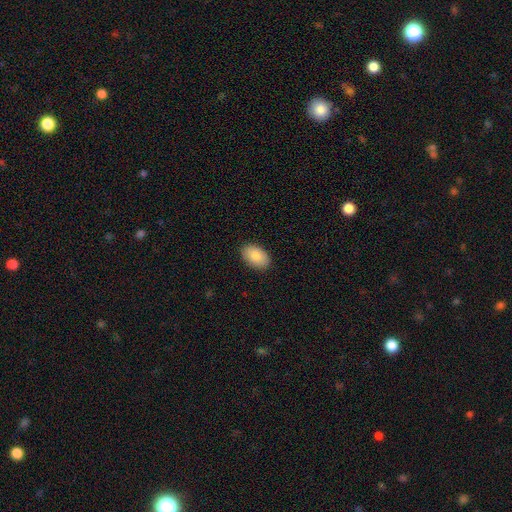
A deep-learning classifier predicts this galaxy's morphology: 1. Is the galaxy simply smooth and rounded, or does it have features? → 88% smooth, 6% star or artifact, 6% featured or disk.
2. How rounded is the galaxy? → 92% in between, 7% round, 1% cigar-shaped.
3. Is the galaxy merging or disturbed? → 89% none, 8% minor disturbance, 2% major disturbance, 1% merger.